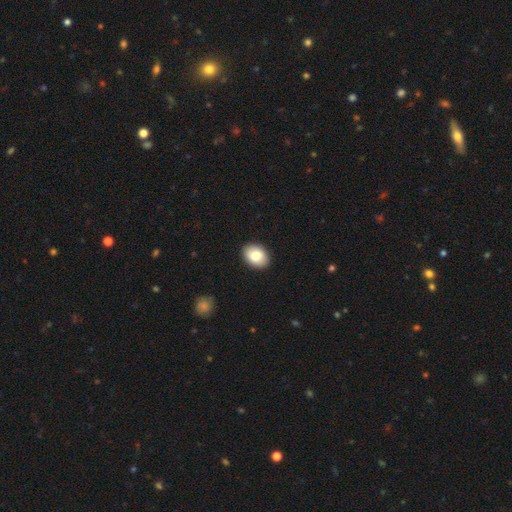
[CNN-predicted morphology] Smooth or featured? smooth (83%)
How rounded? in between (75%)
Merging? none (91%)